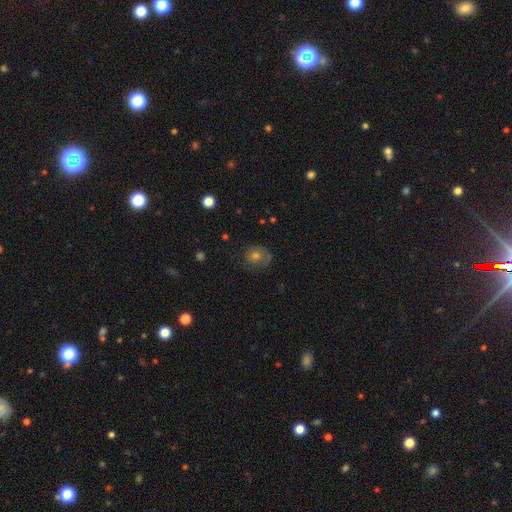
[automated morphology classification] Q: Smooth or featured?
A: smooth (56%); runner-up: featured or disk (26%)
Q: How rounded?
A: round (75%); runner-up: in between (24%)
Q: Merging?
A: none (68%); runner-up: minor disturbance (20%)